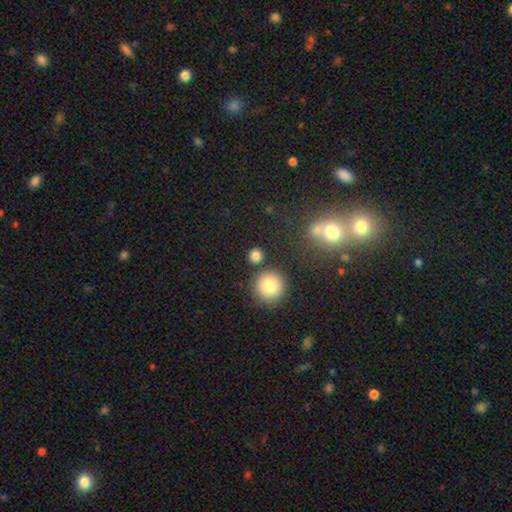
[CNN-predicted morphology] smooth-or-featured: smooth: 82% | star or artifact: 13% | featured or disk: 5%
  how-rounded: round: 91% | in between: 8% | cigar-shaped: 1%
  merging: none: 82% | merger: 7% | minor disturbance: 7% | major disturbance: 3%